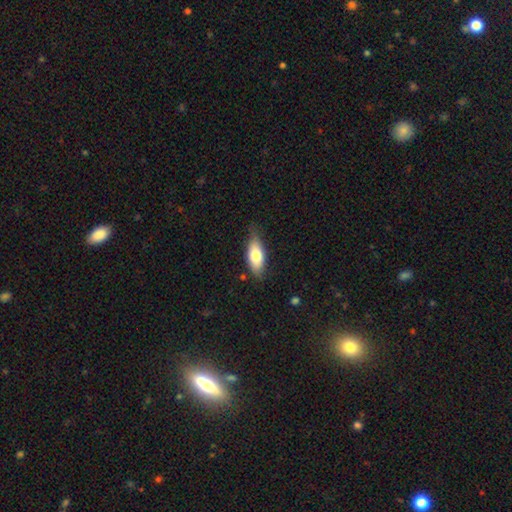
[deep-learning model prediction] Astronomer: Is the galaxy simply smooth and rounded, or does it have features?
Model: smooth — 71%.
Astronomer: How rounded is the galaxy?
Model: in between — 82%.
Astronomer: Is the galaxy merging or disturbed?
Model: none — 74%.